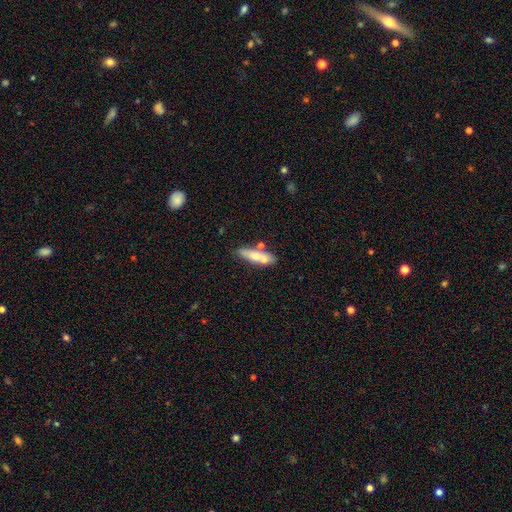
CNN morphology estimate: Smooth or featured? smooth (66%)
How rounded? cigar-shaped (57%)
Merging? none (58%)